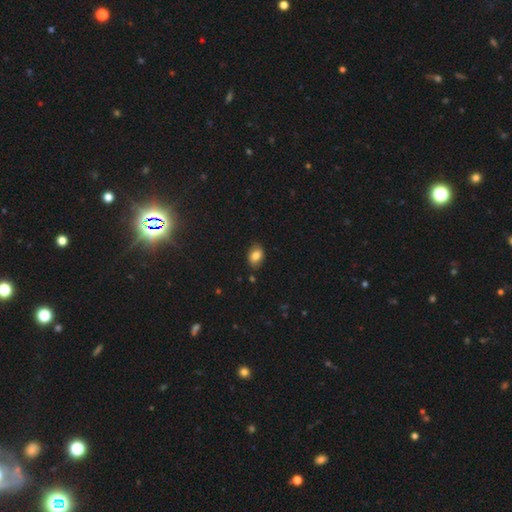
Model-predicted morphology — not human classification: Smooth or featured?
  - smooth: 81% *
  - featured or disk: 11%
  - star or artifact: 9%
How rounded?
  - in between: 82% *
  - round: 17%
  - cigar-shaped: 1%
Merging?
  - none: 82% *
  - minor disturbance: 13%
  - major disturbance: 3%
  - merger: 2%